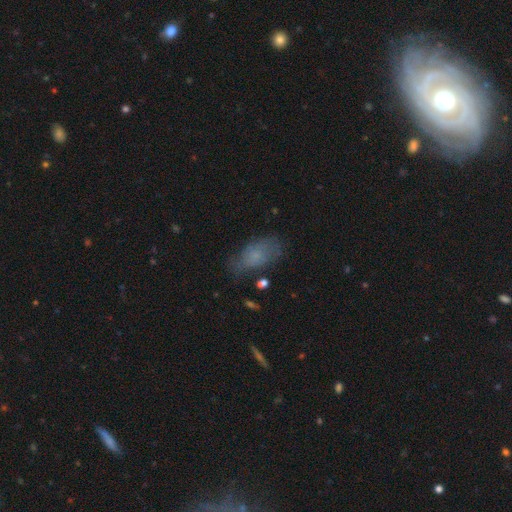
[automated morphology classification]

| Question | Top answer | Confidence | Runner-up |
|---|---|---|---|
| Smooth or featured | smooth | 68% | featured or disk (21%) |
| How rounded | in between | 89% | round (6%) |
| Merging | none | 61% | minor disturbance (25%) |